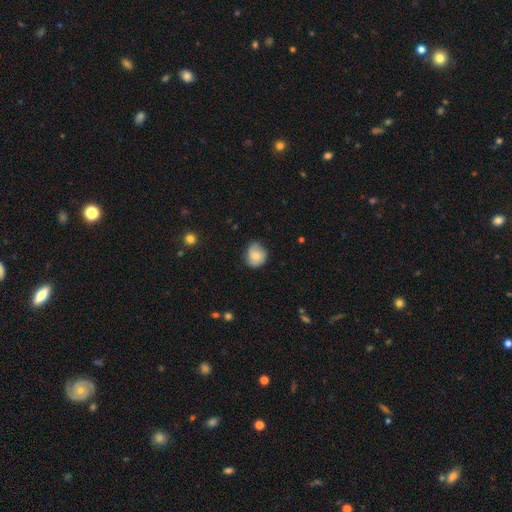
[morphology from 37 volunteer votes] A smooth galaxy with no disk features (57%) that is round (71%). Merging: none (72%).